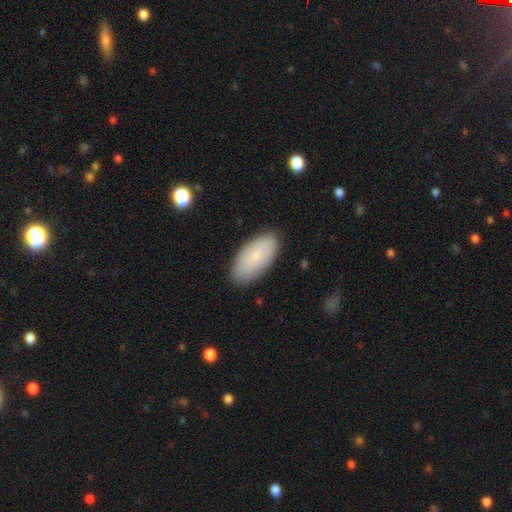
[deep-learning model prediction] A smooth galaxy with no disk features (77%) that is in between round and cigar-shaped (94%). Merging: none (85%).